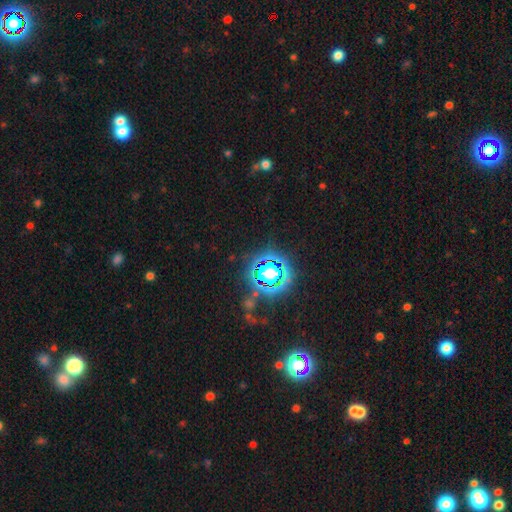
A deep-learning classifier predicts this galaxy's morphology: The model was most divided on "smooth or featured": star or artifact: 81%, smooth: 11%, featured or disk: 8%.